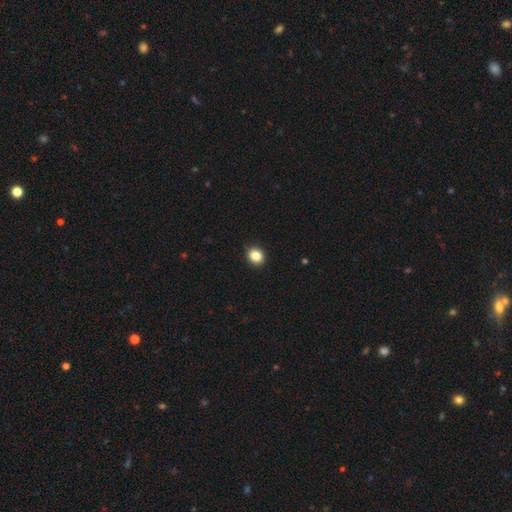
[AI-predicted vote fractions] This is clearly a smooth galaxy (86%). How rounded: likely round (67%). Merging: clearly none (91%).